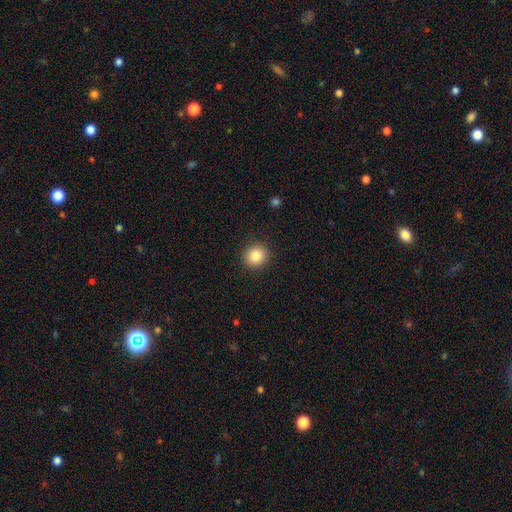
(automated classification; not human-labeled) Morphology: type=smooth (83%); roundness=round (90%); merging=none (91%).